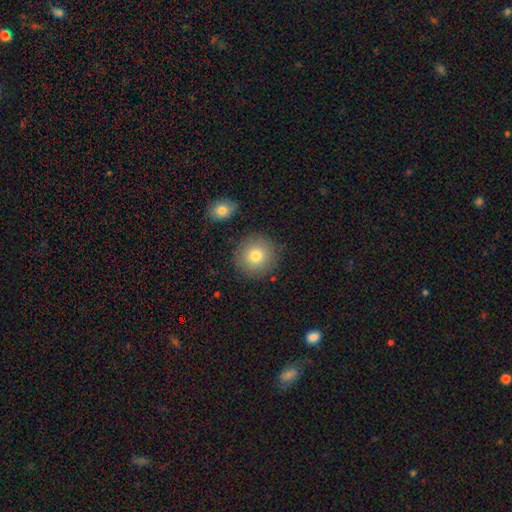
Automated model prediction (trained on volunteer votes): Smooth or featured? smooth (79%)
How rounded? round (93%)
Merging? none (86%)